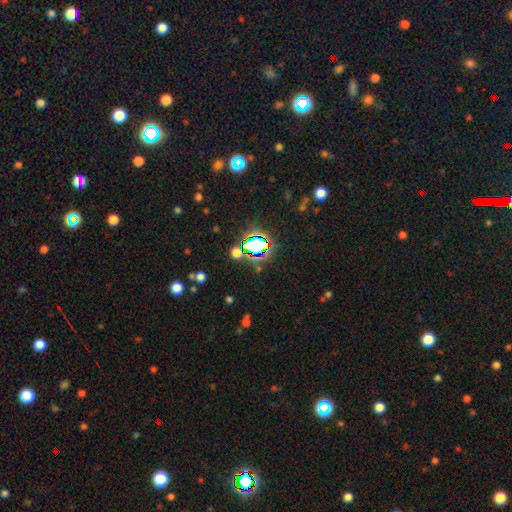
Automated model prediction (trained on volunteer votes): This is likely a star or artifact rather than a galaxy (74%).